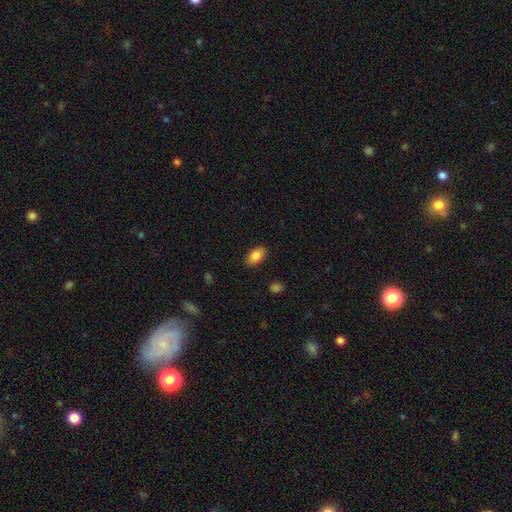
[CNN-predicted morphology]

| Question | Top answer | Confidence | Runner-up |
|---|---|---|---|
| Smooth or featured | smooth | 85% | star or artifact (7%) |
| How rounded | in between | 92% | round (5%) |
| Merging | none | 88% | minor disturbance (9%) |